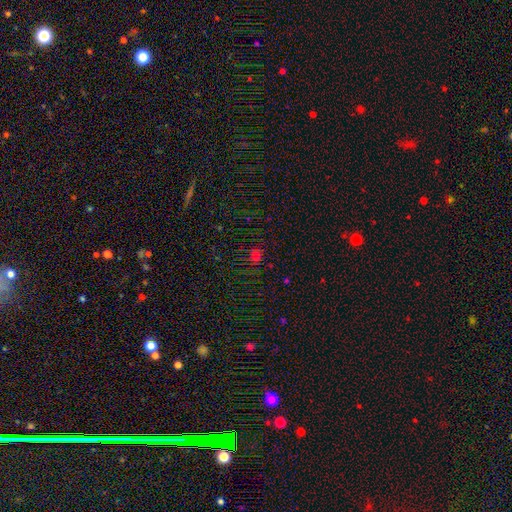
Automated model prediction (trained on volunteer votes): This is possibly a smooth galaxy (56%). How rounded: likely round (63%). Merging: likely none (69%).